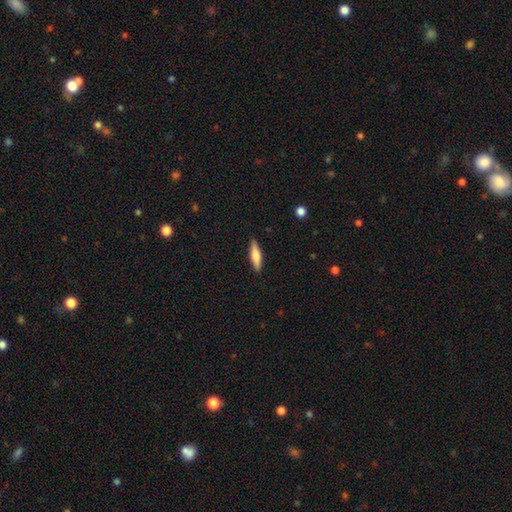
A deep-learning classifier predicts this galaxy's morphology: smooth-or-featured: smooth: 68% | featured or disk: 27% | star or artifact: 6%
  how-rounded: cigar-shaped: 73% | in between: 25% | round: 2%
  merging: none: 89% | minor disturbance: 8% | major disturbance: 2% | merger: 1%